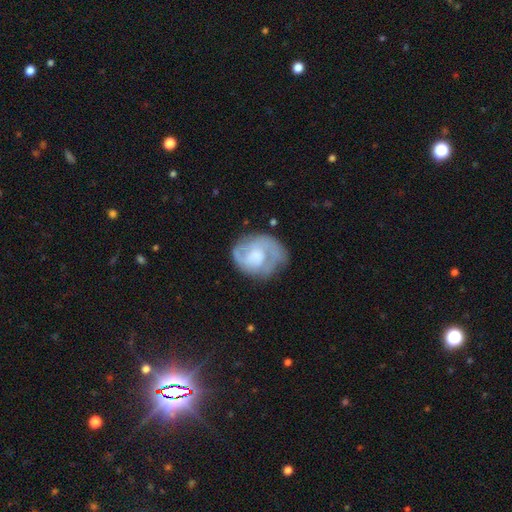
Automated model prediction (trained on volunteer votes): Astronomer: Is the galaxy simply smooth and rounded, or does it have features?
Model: featured or disk — 68%.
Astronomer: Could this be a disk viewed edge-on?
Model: no — 98%.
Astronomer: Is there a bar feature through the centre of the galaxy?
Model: no — 67%.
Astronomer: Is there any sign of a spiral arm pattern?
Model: yes — 81%.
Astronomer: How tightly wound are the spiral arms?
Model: tight — 44% (runner-up: medium, 39%).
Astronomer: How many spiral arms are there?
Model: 2 — 48% (runner-up: can't tell, 23%).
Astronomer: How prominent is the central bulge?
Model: moderate — 33% (runner-up: large, 22%).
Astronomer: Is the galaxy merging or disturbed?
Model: none — 57%.